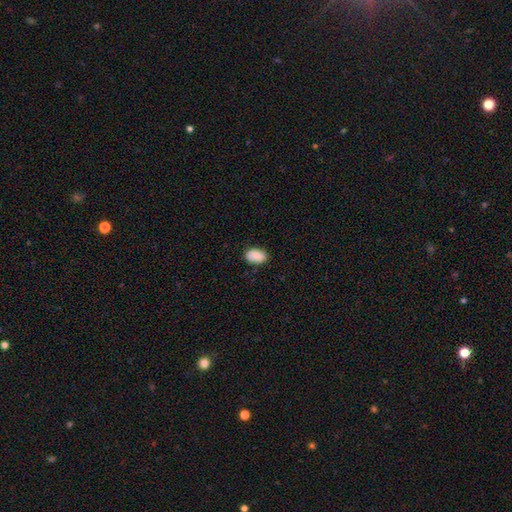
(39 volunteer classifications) smooth-or-featured: smooth: 85% | featured or disk: 10% | star or artifact: 5%
  how-rounded: in between: 97% | round: 3% | cigar-shaped: 0%
  merging: none: 78% | minor disturbance: 22% | major disturbance: 0% | merger: 0%